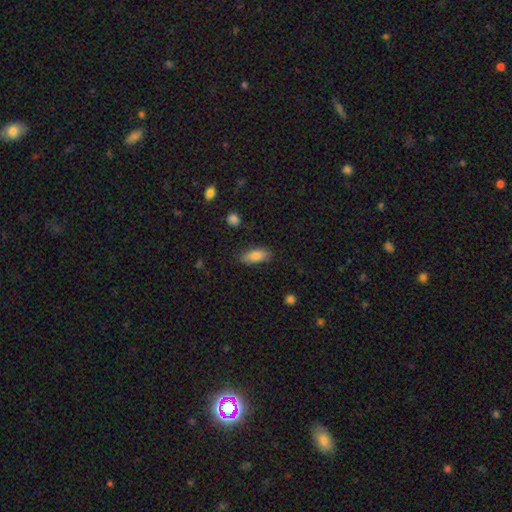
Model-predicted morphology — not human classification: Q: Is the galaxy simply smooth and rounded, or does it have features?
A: smooth — 80%.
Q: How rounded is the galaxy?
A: in between — 79%.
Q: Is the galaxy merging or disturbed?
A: none — 84%.